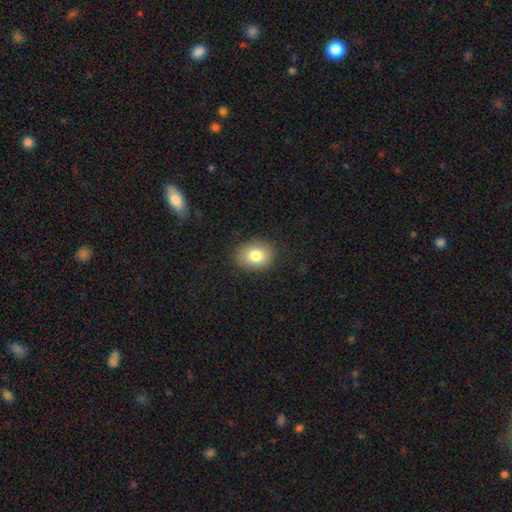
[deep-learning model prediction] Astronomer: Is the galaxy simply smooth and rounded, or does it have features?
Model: smooth — 81%.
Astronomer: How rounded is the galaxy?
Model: in between — 57% (runner-up: round, 42%).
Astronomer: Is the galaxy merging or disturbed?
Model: none — 86%.